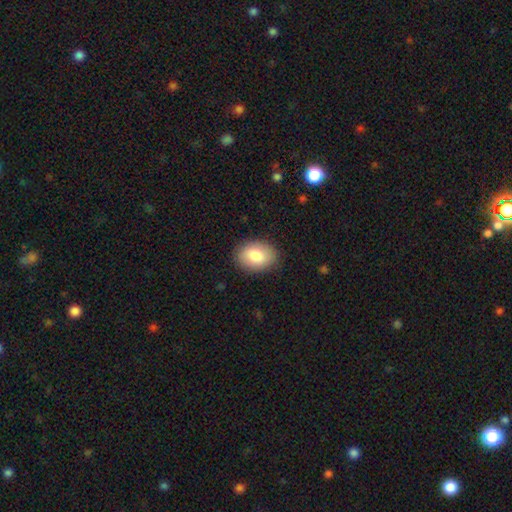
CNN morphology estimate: This is clearly a smooth galaxy (82%). How rounded: likely in between (76%). Merging: clearly none (87%).